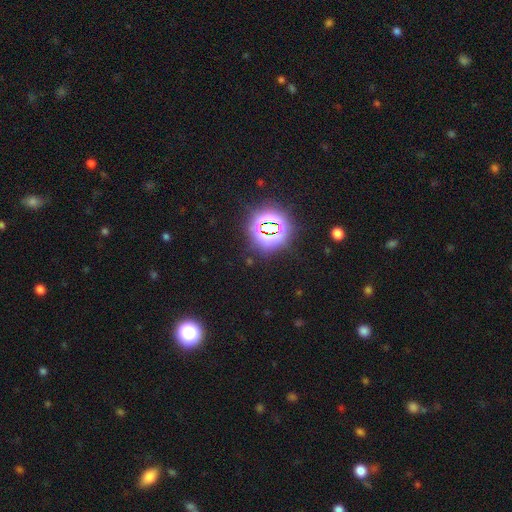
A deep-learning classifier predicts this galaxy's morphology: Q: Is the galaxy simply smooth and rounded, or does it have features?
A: star or artifact — 80%.